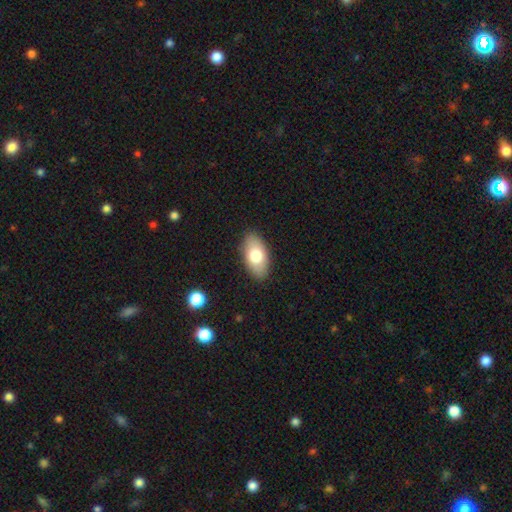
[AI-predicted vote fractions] A smooth galaxy with no disk features (76%) that is in between round and cigar-shaped (93%). Merging: none (87%).